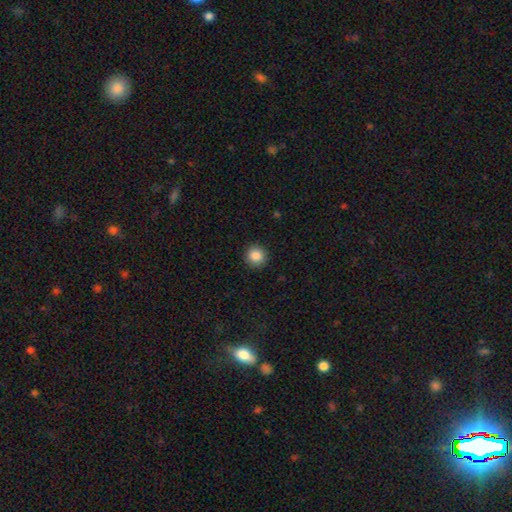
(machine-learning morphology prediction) smooth 87%, star or artifact 9%, featured or disk 4%. Down the decision tree: how rounded — round (93%); merging — none (92%).